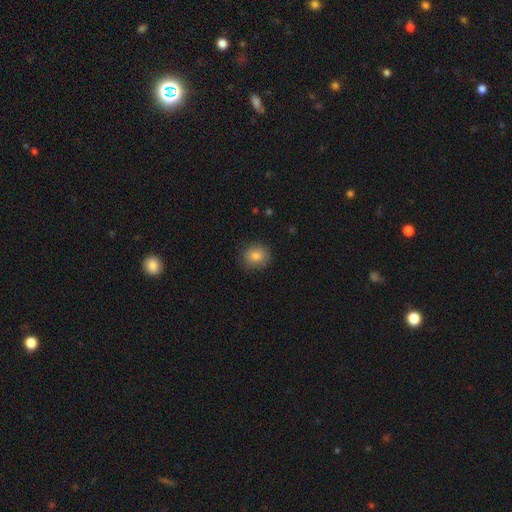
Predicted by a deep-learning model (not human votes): This appears to be a smooth galaxy with no disk features (82%) that is round (81%). Merging: none (85%).